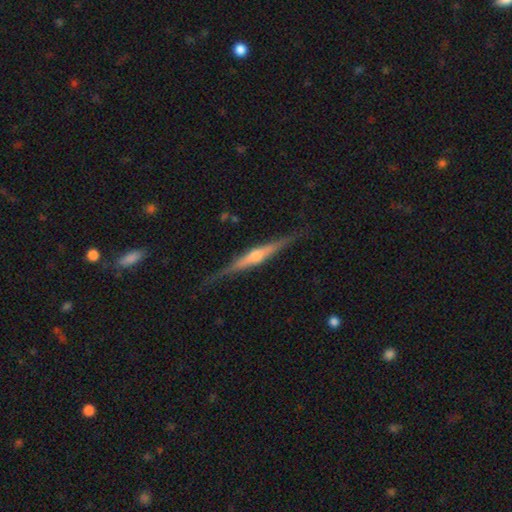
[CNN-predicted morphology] Q: Smooth or featured?
A: featured or disk (79%); runner-up: smooth (16%)
Q: Edge-on disk?
A: yes (98%); runner-up: no (2%)
Q: Edge-on bulge?
A: rounded (85%); runner-up: boxy (8%)
Q: Merging?
A: none (84%); runner-up: minor disturbance (12%)